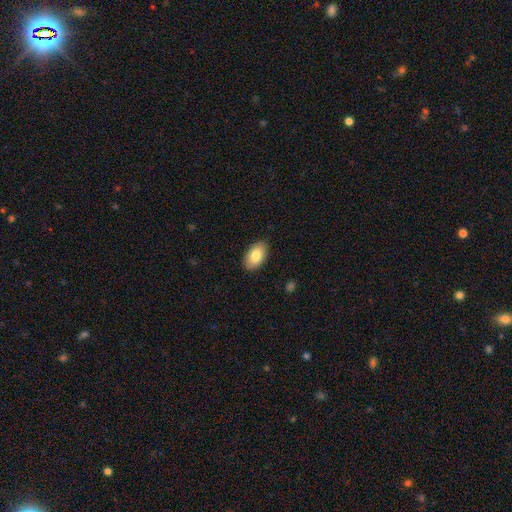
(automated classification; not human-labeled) The model was most divided on "smooth or featured": smooth: 82%, featured or disk: 12%, star or artifact: 6%. More confident: how rounded — in between (93%); merging — none (88%).